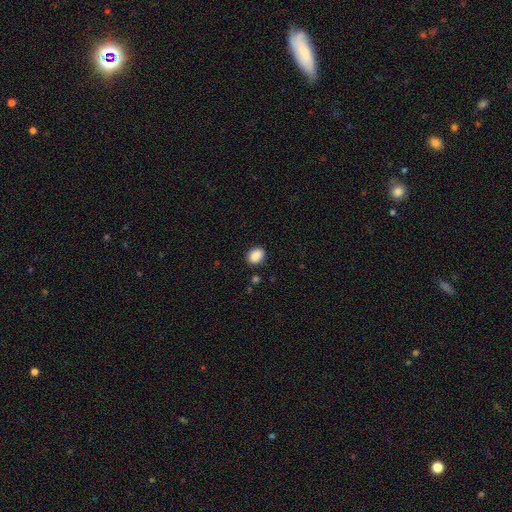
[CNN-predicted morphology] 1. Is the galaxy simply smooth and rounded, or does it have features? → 89% smooth, 8% star or artifact, 3% featured or disk.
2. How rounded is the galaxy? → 61% in between, 38% round, 1% cigar-shaped.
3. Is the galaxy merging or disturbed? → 87% none, 9% minor disturbance, 2% major disturbance, 2% merger.